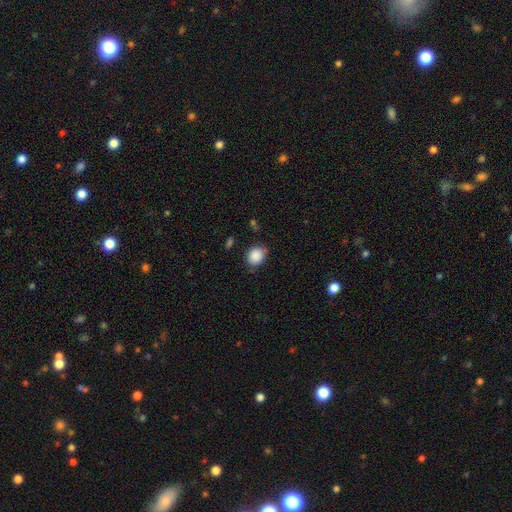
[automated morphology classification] This appears to be a smooth galaxy with no disk features (88%) that is round (62%). Merging: none (77%).